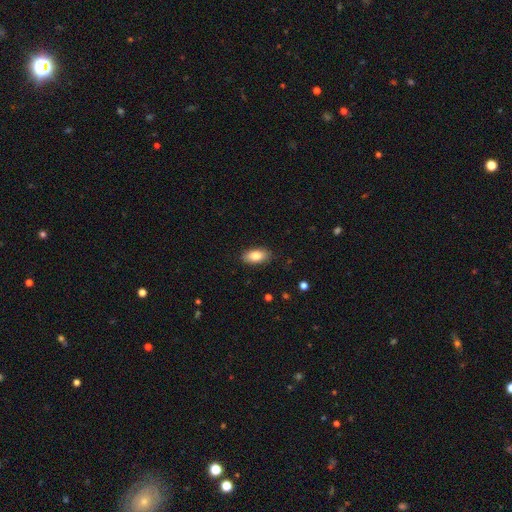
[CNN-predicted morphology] A smooth galaxy with no disk features (84%) that is in between round and cigar-shaped (92%). Merging: none (86%).